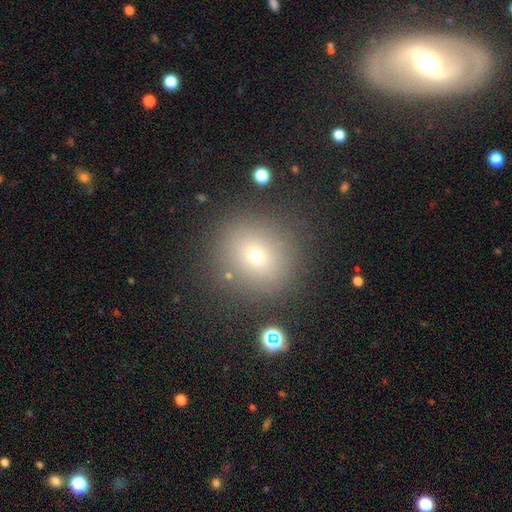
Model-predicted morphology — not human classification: This is likely a smooth galaxy (67%). How rounded: clearly round (90%). Merging: clearly none (86%).